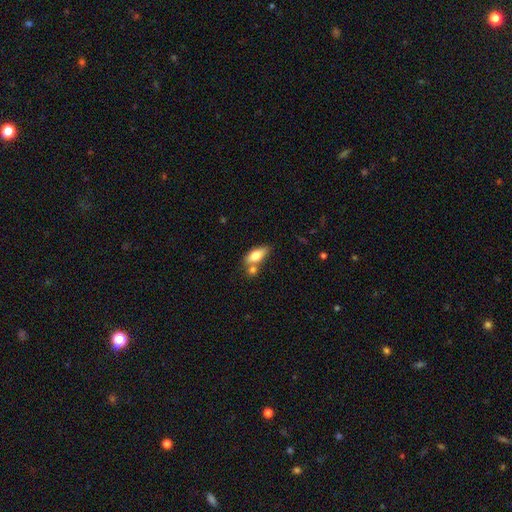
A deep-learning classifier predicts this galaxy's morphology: Smooth or featured? smooth (69%)
How rounded? in between (77%)
Merging? none (55%)